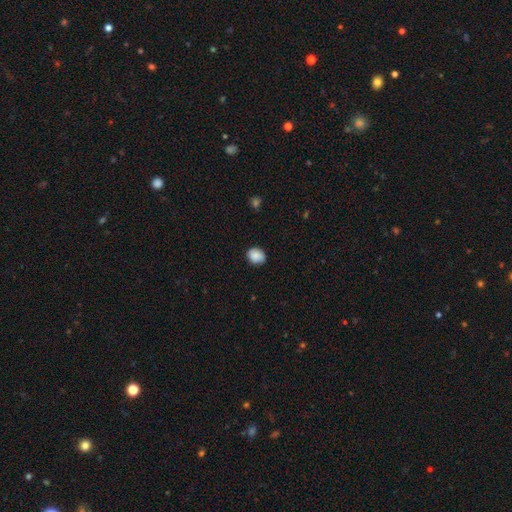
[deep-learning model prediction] smooth-or-featured: smooth: 86% | star or artifact: 8% | featured or disk: 6%
  how-rounded: round: 54% | in between: 45% | cigar-shaped: 1%
  merging: none: 84% | minor disturbance: 13% | major disturbance: 2% | merger: 1%